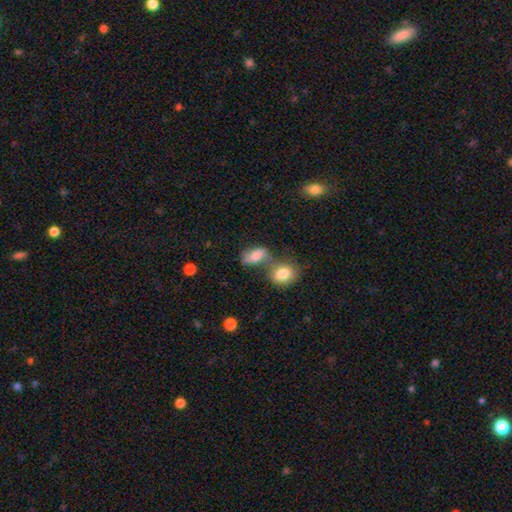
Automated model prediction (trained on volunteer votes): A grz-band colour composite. It shows a smooth galaxy with no disk features (80%) that is in between round and cigar-shaped (87%). Merging: merger (45%).